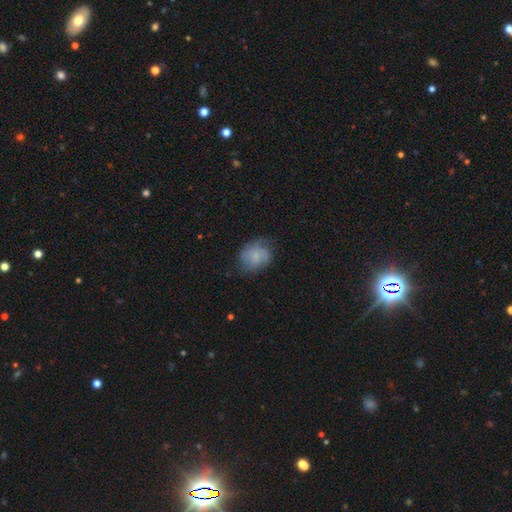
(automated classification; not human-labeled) Morphology: type=smooth (58%); roundness=round (57%); merging=none (65%).